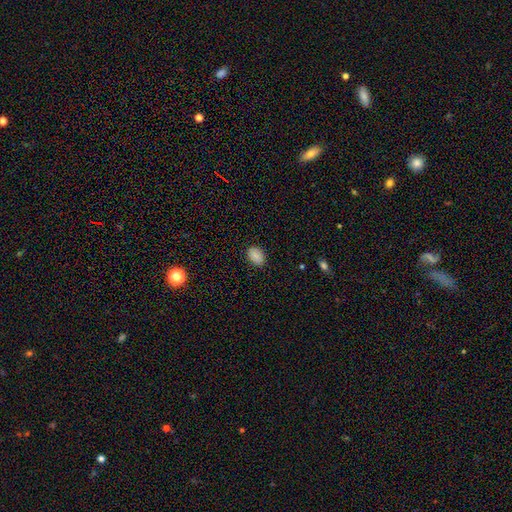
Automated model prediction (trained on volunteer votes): Smooth or featured?
  - smooth: 87% *
  - star or artifact: 9%
  - featured or disk: 5%
How rounded?
  - in between: 77% *
  - round: 22%
  - cigar-shaped: 1%
Merging?
  - none: 87% *
  - minor disturbance: 10%
  - major disturbance: 2%
  - merger: 1%